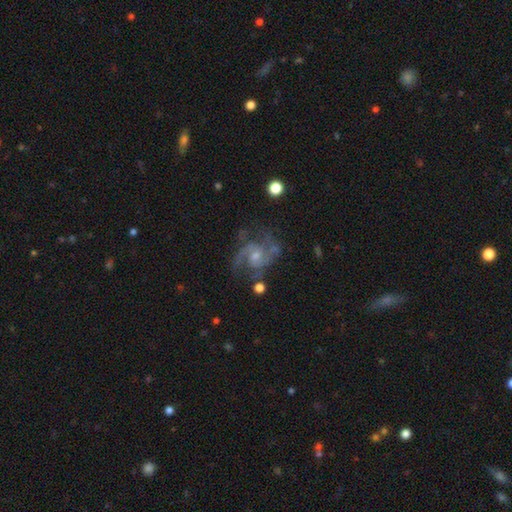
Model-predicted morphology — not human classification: Overall: featured or disk (87%). Edge-on disk: no (98%). Bar: no (57%; weak 36%). Spiral arms: yes (97%). Spiral arm count: 2 (71%). Spiral winding: medium (57%; tight 22%). Bulge size: small (56%; moderate 36%). Merging: none (65%).